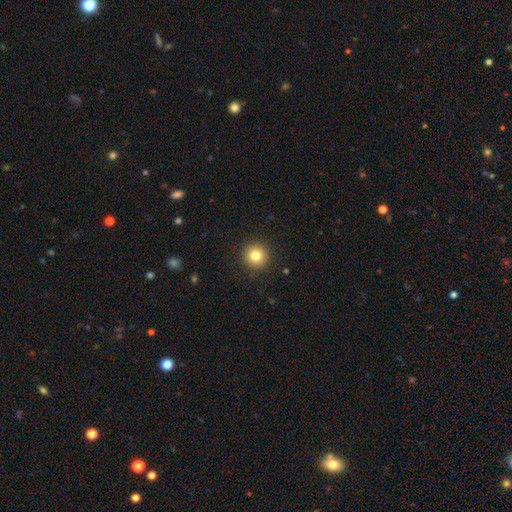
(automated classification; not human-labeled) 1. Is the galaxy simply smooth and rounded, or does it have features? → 81% smooth, 11% star or artifact, 8% featured or disk.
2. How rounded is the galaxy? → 96% round, 3% in between, 1% cigar-shaped.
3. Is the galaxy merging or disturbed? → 92% none, 5% minor disturbance, 2% major disturbance, 1% merger.